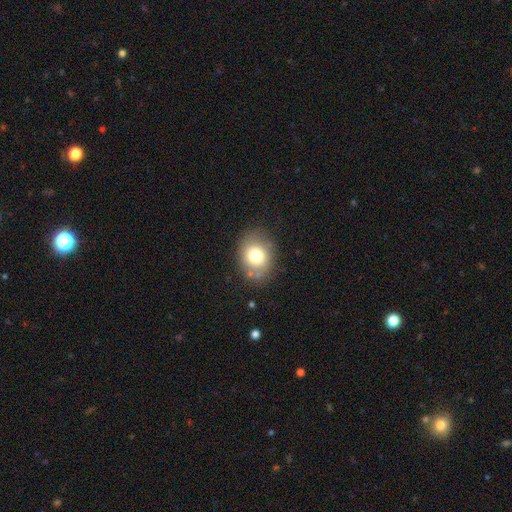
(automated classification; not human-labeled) Q: Smooth or featured?
A: smooth (76%); runner-up: featured or disk (14%)
Q: How rounded?
A: in between (51%); runner-up: round (48%)
Q: Merging?
A: none (77%); runner-up: minor disturbance (15%)